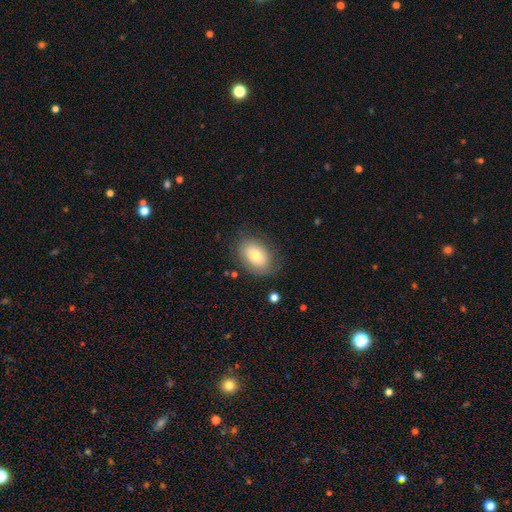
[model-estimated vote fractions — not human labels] smooth-or-featured: smooth: 72% | featured or disk: 19% | star or artifact: 8%
  how-rounded: in between: 82% | round: 17% | cigar-shaped: 1%
  merging: none: 78% | minor disturbance: 16% | major disturbance: 5% | merger: 1%